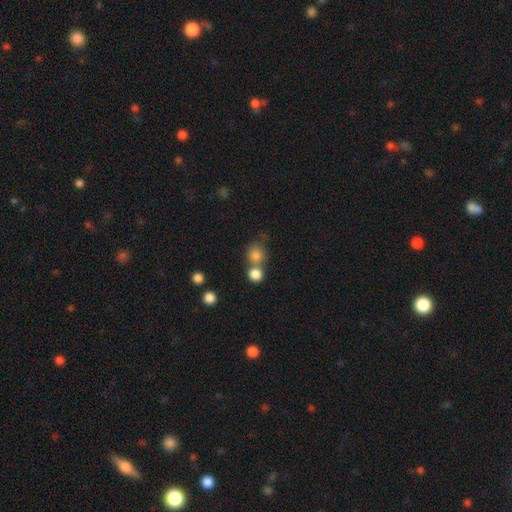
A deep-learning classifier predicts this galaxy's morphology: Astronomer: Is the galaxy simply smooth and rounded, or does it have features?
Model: smooth — 81%.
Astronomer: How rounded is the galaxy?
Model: round — 86%.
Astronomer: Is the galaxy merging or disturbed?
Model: none — 49% (runner-up: merger, 39%).